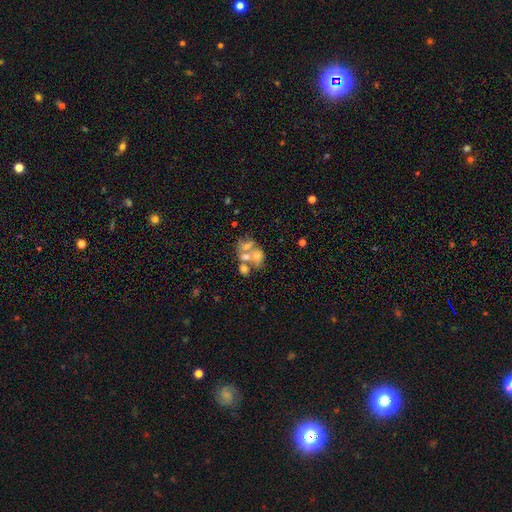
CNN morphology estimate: Overall: smooth (43%, tied with featured or disk). Merging: merger (59%; none 20%).